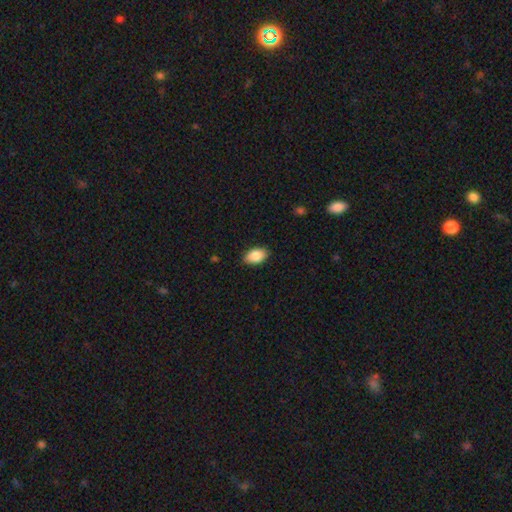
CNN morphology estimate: type=smooth (87%); roundness=in between (92%); merging=none (87%).